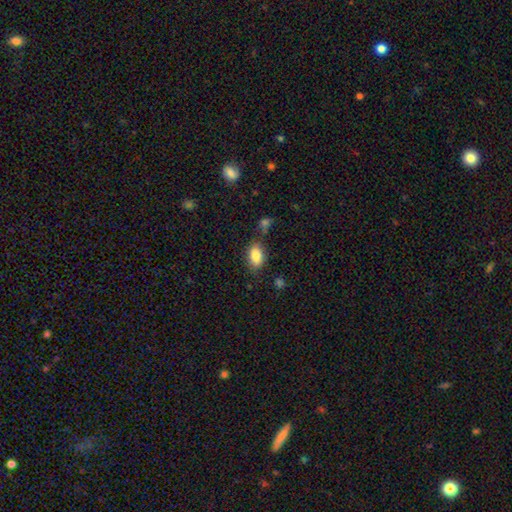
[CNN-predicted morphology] A smooth galaxy with no disk features (84%) that is in between round and cigar-shaped (89%).

Vote fractions:
- Smooth or featured? smooth: 84% / featured or disk: 8% / star or artifact: 8%
- How rounded? in between: 89% / round: 9% / cigar-shaped: 2%
- Merging? none: 75% / minor disturbance: 15% / merger: 6% / major disturbance: 4%